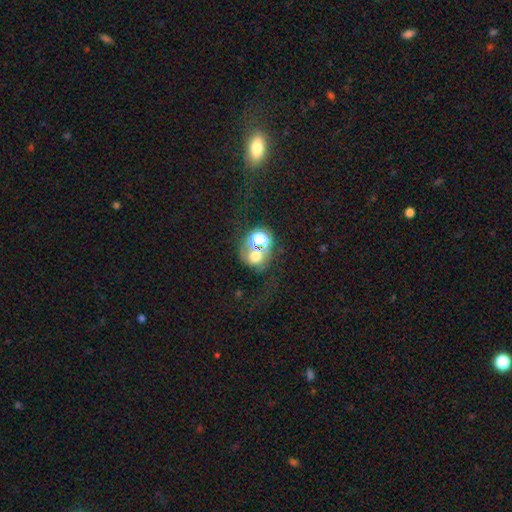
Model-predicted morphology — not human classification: This is possibly a smooth galaxy (54%). How rounded: likely round (72%). Merging: marginally merger (38%).